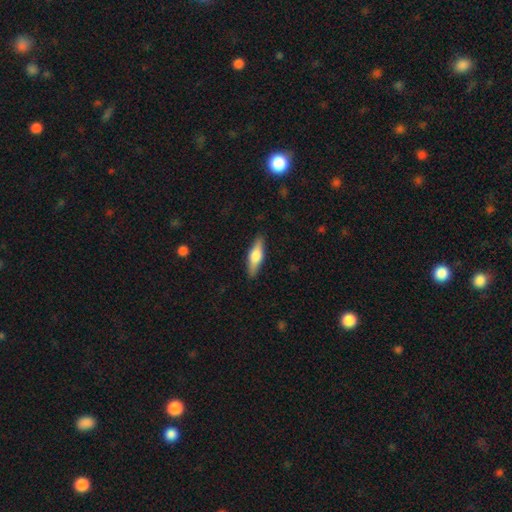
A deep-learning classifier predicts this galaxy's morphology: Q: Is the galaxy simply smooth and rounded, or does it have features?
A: smooth — 52%.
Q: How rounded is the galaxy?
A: cigar-shaped — 56%.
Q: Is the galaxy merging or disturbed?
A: none — 88%.